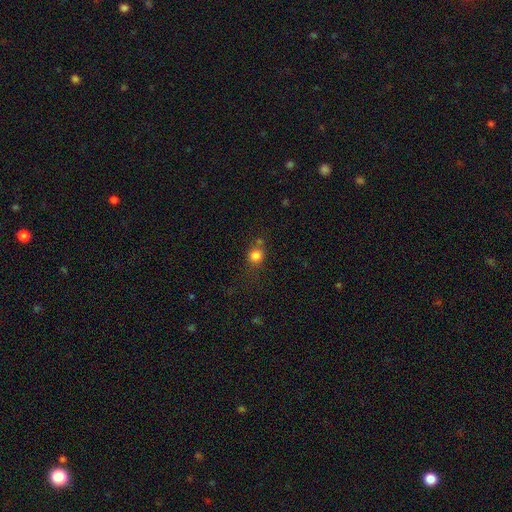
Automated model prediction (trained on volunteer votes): smooth 82%, star or artifact 12%, featured or disk 6%. Down the decision tree: how rounded — round (80%); merging — none (59%).